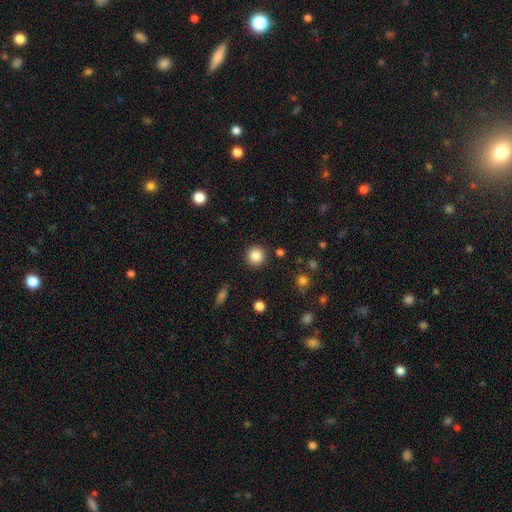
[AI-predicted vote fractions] Smooth or featured? Predicted: smooth (p=0.86). How rounded? Predicted: round (p=0.95). Merging? Predicted: none (p=0.90).